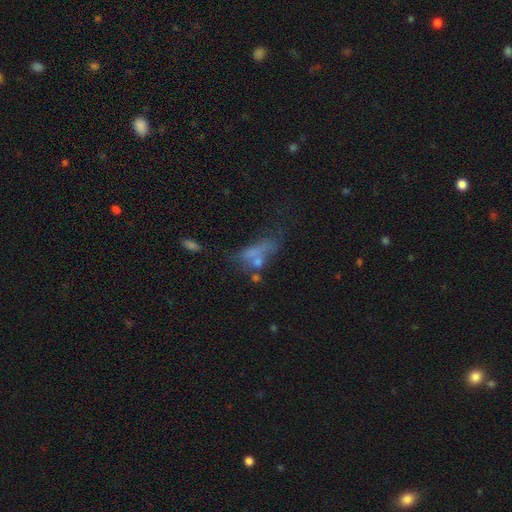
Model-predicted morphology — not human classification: This appears to be a smooth galaxy with no disk features (49%). Merging: major disturbance (32%).